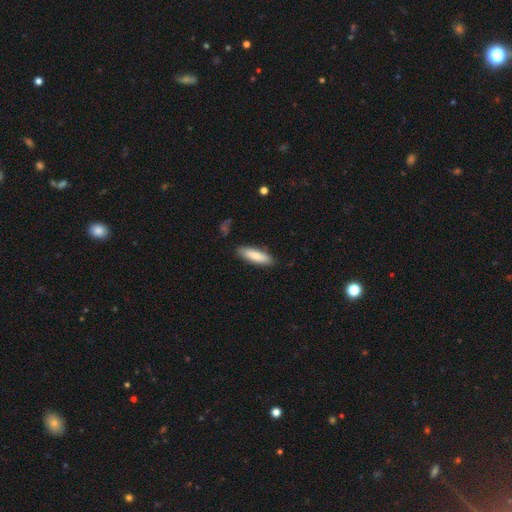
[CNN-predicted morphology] Smooth or featured? Predicted: smooth (p=0.81). How rounded? Predicted: cigar-shaped (p=0.55). Merging? Predicted: none (p=0.85).